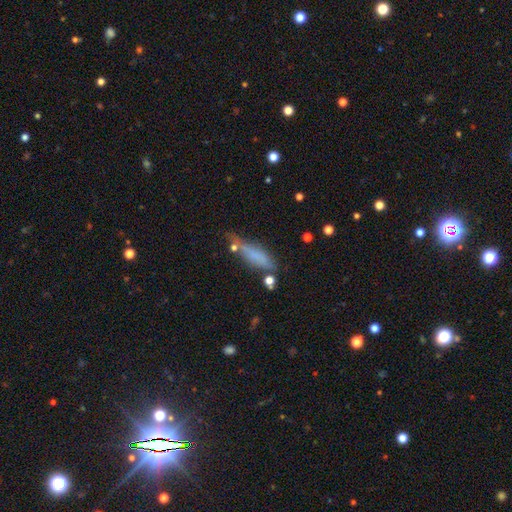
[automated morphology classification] Smooth or featured: smooth — 69% (featured or disk — 21%)
How rounded: cigar-shaped — 68% (in between — 29%)
Merging: none — 56% (minor disturbance — 26%)